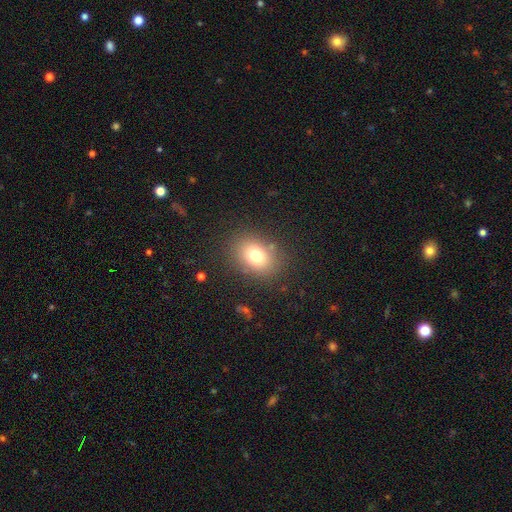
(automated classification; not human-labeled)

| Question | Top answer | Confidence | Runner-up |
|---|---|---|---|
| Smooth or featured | smooth | 76% | star or artifact (13%) |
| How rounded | in between | 61% | round (38%) |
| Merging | none | 83% | minor disturbance (10%) |